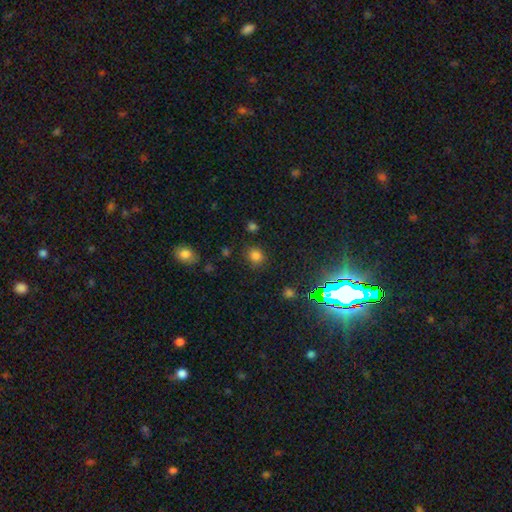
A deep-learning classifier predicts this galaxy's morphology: A smooth galaxy with no disk features (75%) that is round (77%).

Vote fractions:
- Smooth or featured? smooth: 75% / star or artifact: 20% / featured or disk: 5%
- How rounded? round: 77% / in between: 22% / cigar-shaped: 1%
- Merging? none: 80% / minor disturbance: 13% / major disturbance: 4% / merger: 3%